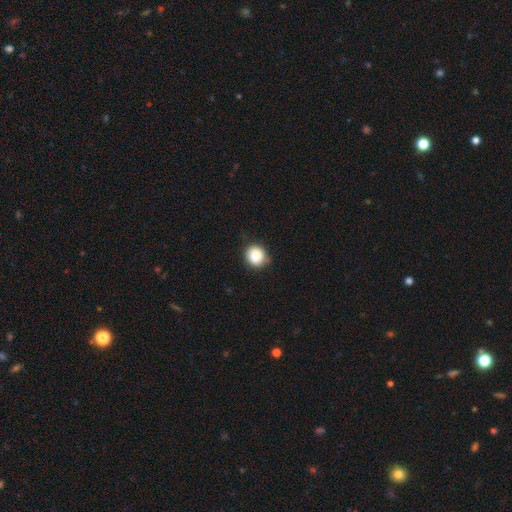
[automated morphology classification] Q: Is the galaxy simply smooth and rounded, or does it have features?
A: smooth — 86%.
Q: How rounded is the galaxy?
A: round — 84%.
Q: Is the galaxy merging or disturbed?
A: none — 81%.